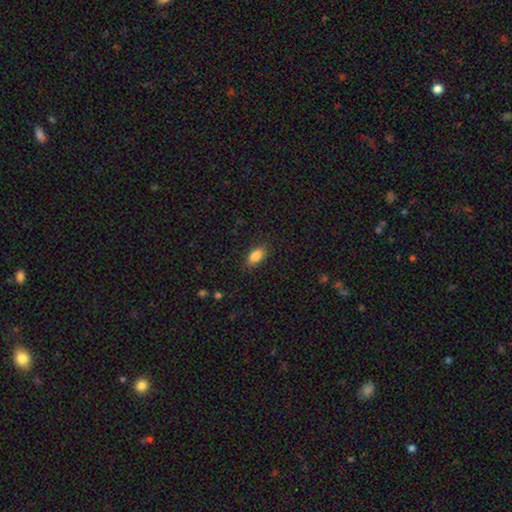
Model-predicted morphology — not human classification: Smooth or featured? smooth (86%)
How rounded? in between (90%)
Merging? none (86%)